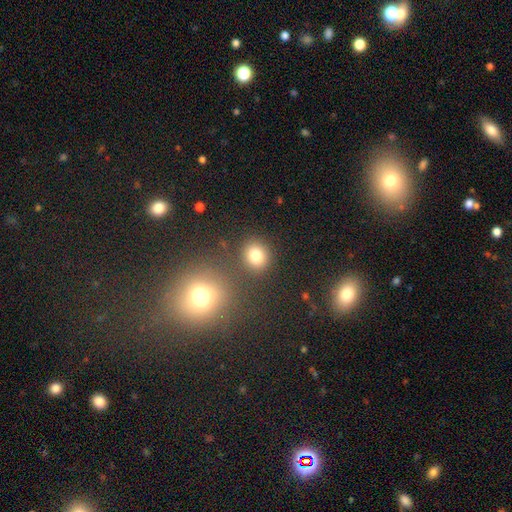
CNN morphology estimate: A smooth galaxy with no disk features (79%) that is round (76%).

Vote fractions:
- Smooth or featured? smooth: 79% / star or artifact: 13% / featured or disk: 7%
- How rounded? round: 76% / in between: 23% / cigar-shaped: 1%
- Merging? none: 81% / minor disturbance: 8% / merger: 7% / major disturbance: 3%